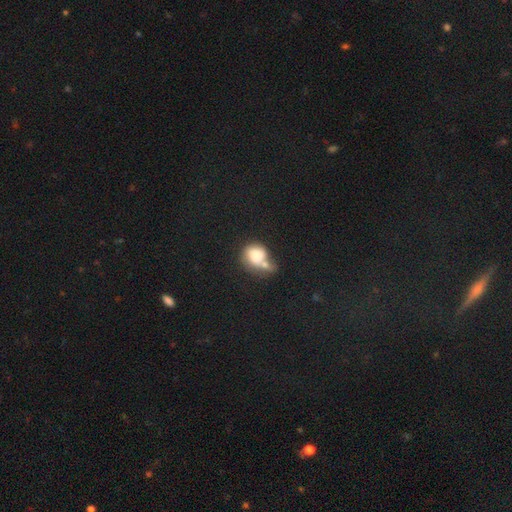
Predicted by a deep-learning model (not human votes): Smooth or featured? smooth (74%)
How rounded? round (65%)
Merging? merger (57%)